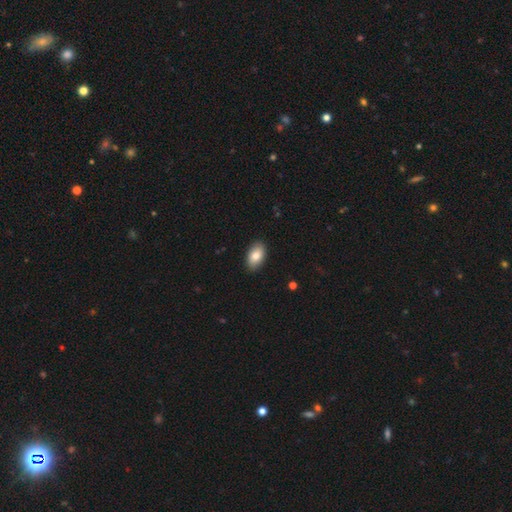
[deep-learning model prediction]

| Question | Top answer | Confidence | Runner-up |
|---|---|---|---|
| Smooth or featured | smooth | 83% | featured or disk (11%) |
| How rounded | in between | 93% | round (5%) |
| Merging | none | 89% | minor disturbance (9%) |